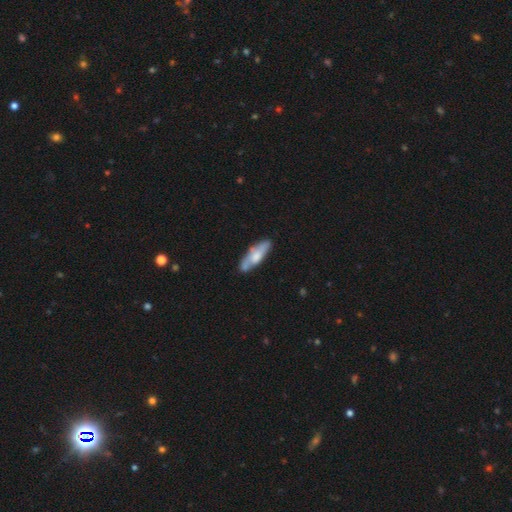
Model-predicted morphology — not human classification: A smooth galaxy with no disk features (57%) that is cigar-shaped (55%). Merging: none (67%).